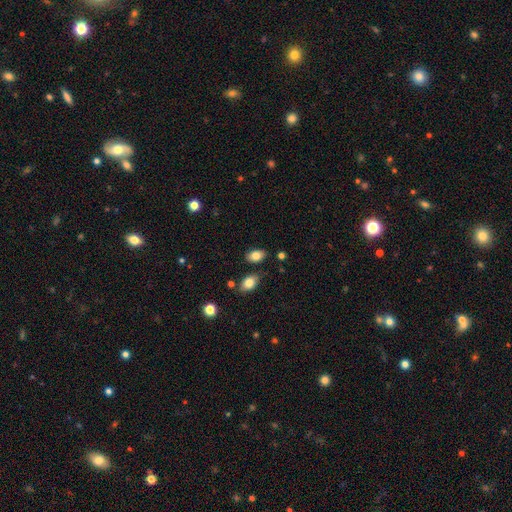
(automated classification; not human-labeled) Smooth or featured? Predicted: smooth (p=0.81). How rounded? Predicted: in between (p=0.88). Merging? Predicted: none (p=0.81).